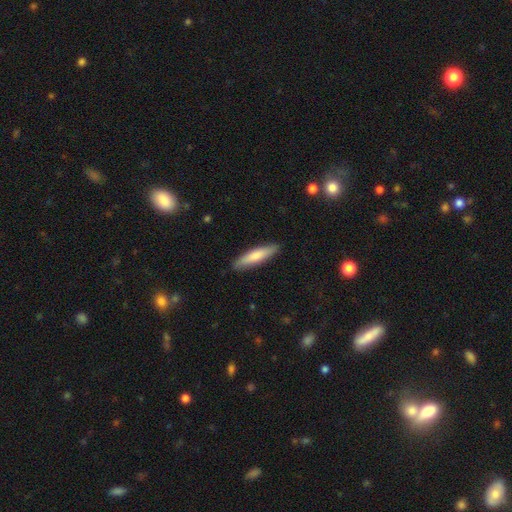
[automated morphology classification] smooth-or-featured: smooth: 76% | featured or disk: 19% | star or artifact: 5%
  how-rounded: cigar-shaped: 80% | in between: 18% | round: 1%
  merging: none: 90% | minor disturbance: 8% | major disturbance: 2% | merger: 1%